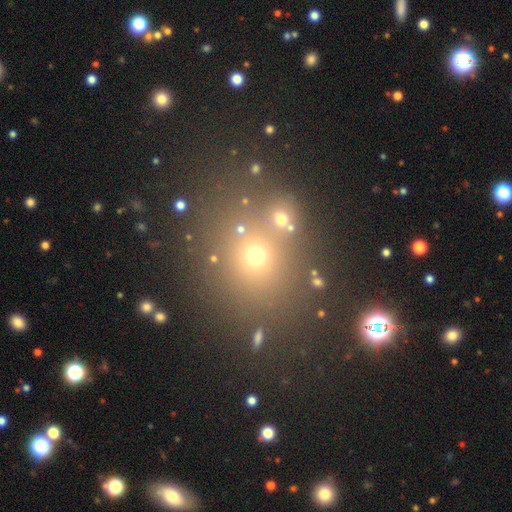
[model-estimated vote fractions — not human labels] Morphology: type=smooth (55%); roundness=round (76%); merging=none (74%).